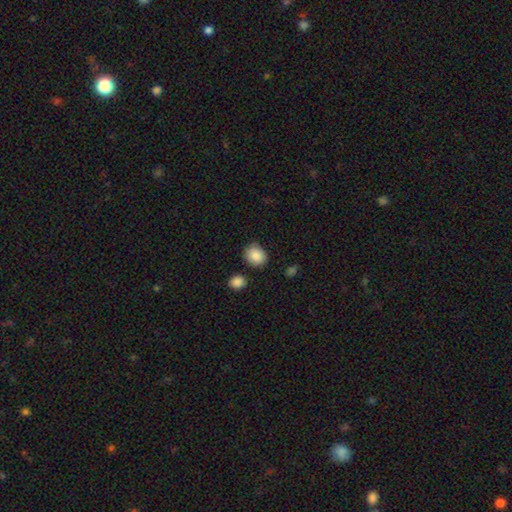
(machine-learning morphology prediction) A smooth galaxy with no disk features (88%) that is round (69%). Merging: none (83%).